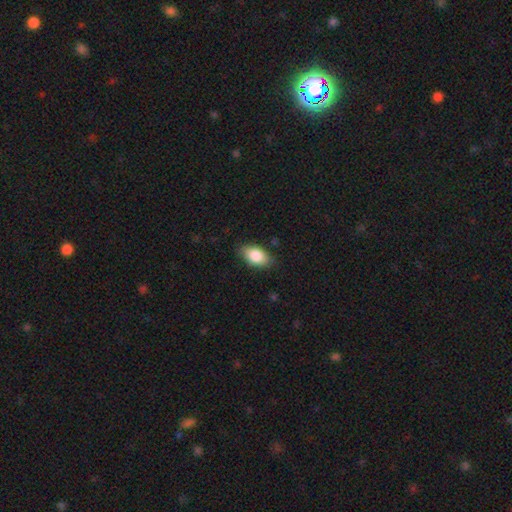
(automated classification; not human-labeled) A smooth galaxy with no disk features (86%) that is in between round and cigar-shaped (91%). Merging: none (82%).